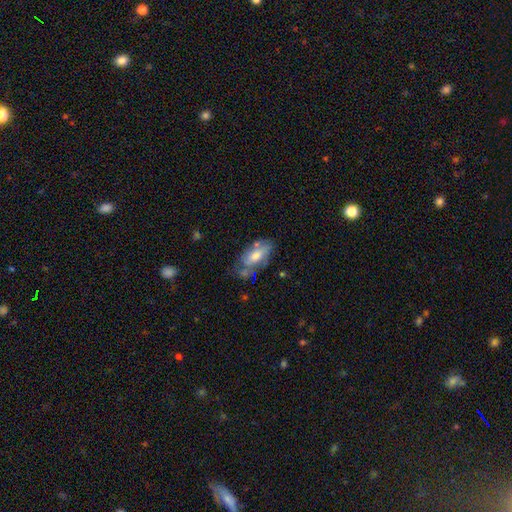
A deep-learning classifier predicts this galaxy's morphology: Overall: smooth (52%; featured or disk 40%). How rounded: in between (87%). Merging: none (50%; minor disturbance 29%).